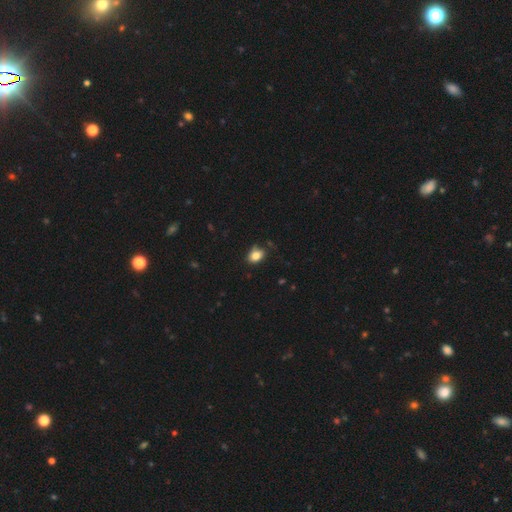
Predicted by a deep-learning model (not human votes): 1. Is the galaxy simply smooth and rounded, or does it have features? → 83% smooth, 10% star or artifact, 8% featured or disk.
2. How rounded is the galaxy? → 72% in between, 27% round, 1% cigar-shaped.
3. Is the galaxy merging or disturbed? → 71% none, 22% minor disturbance, 4% major disturbance, 3% merger.